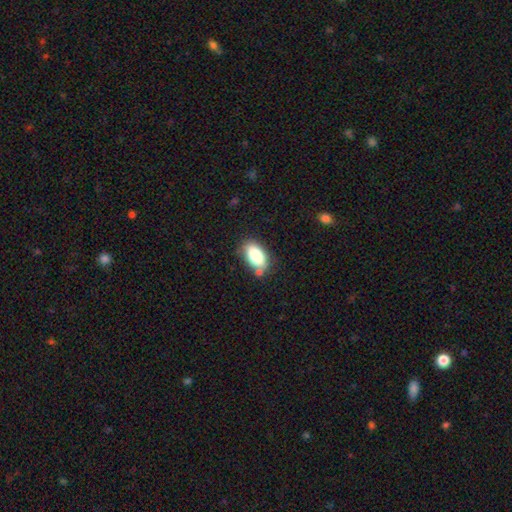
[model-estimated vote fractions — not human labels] smooth 84%, featured or disk 9%, star or artifact 7%. Down the decision tree: how rounded — in between (92%); merging — none (75%).